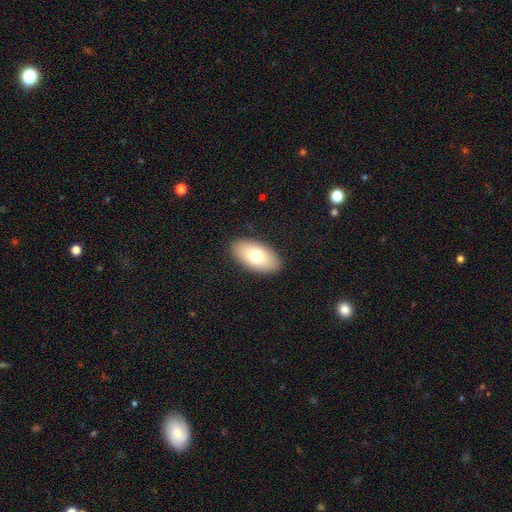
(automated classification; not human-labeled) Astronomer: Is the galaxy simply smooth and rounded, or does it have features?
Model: smooth — 73%.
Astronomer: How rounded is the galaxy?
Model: in between — 95%.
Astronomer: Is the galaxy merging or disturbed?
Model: none — 89%.